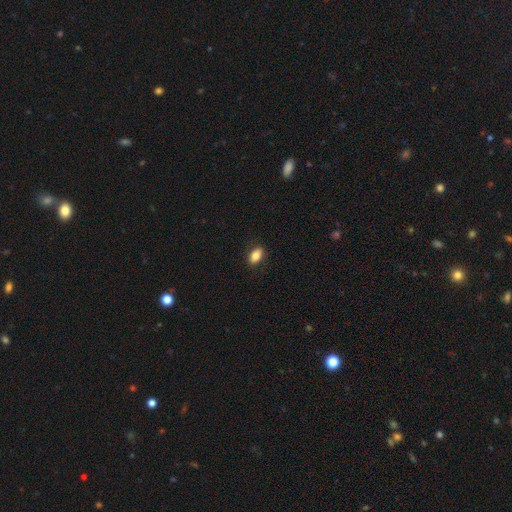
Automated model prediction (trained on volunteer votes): smooth 82%, featured or disk 10%, star or artifact 8%. Down the decision tree: how rounded — in between (88%); merging — none (87%).